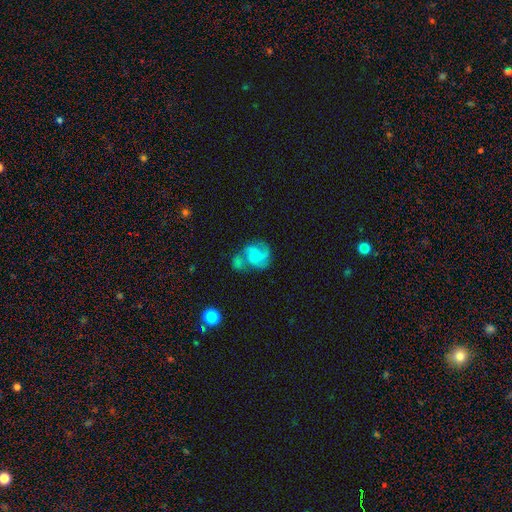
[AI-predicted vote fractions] This is possibly a featured or disk galaxy (56%). It is clearly not viewed edge-on (98%). Bar: likely no (72%). Spiral arm pattern: clearly yes (85%). Central bulge: possibly none (55%). Merging: marginally none (38%).